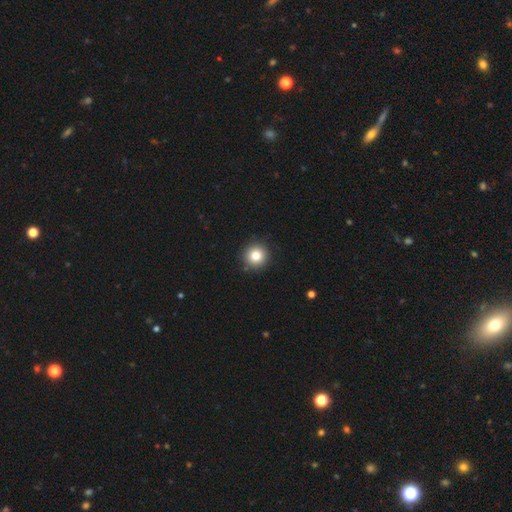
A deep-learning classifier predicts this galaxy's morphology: Overall: smooth (83%). How rounded: round (95%). Merging: none (91%).